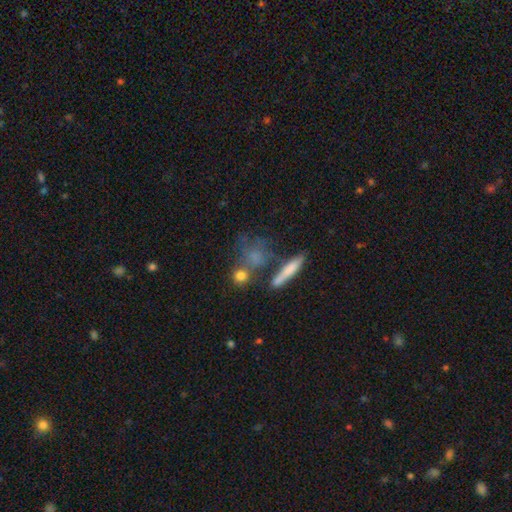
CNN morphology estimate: Q: Smooth or featured?
A: smooth (61%); runner-up: featured or disk (25%)
Q: How rounded?
A: round (45%); runner-up: cigar-shaped (29%)
Q: Merging?
A: none (56%); runner-up: merger (18%)